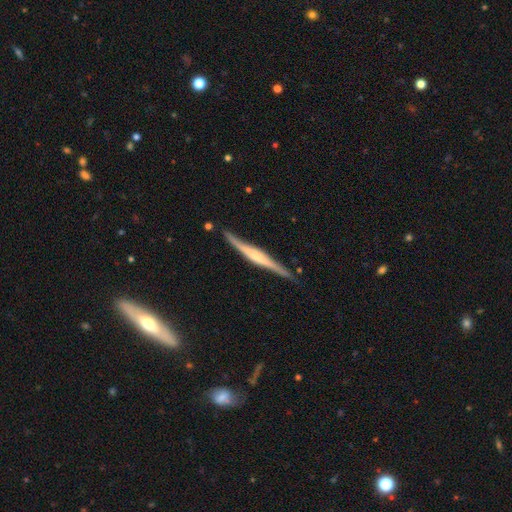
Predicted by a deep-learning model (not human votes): Smooth or featured: featured or disk — 75% (smooth — 20%)
Edge-on disk: yes — 97% (no — 3%)
Edge-on bulge: rounded — 51% (boxy — 30%)
Merging: none — 85% (minor disturbance — 11%)